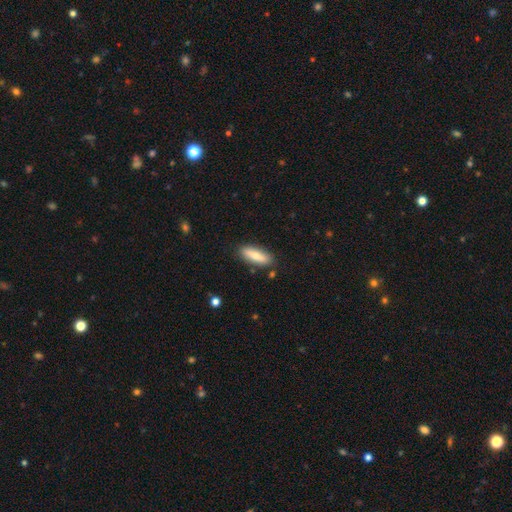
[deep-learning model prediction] smooth 73%, featured or disk 21%, star or artifact 6%. Down the decision tree: how rounded — in between (57%); merging — none (85%).